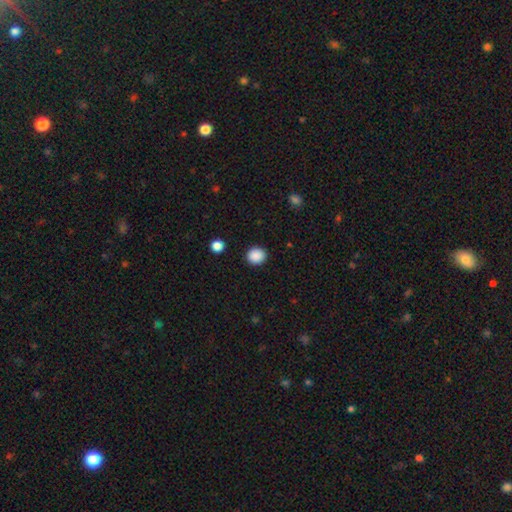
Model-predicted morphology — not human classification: Smooth or featured: smooth — 89% (star or artifact — 9%)
How rounded: round — 87% (in between — 12%)
Merging: none — 91% (minor disturbance — 6%)